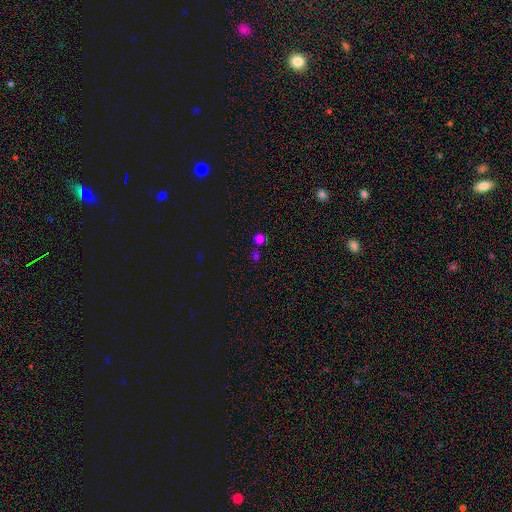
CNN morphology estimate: smooth-or-featured: smooth: 62% | star or artifact: 32% | featured or disk: 5%
  how-rounded: round: 84% | in between: 14% | cigar-shaped: 1%
  merging: none: 73% | merger: 14% | minor disturbance: 9% | major disturbance: 4%